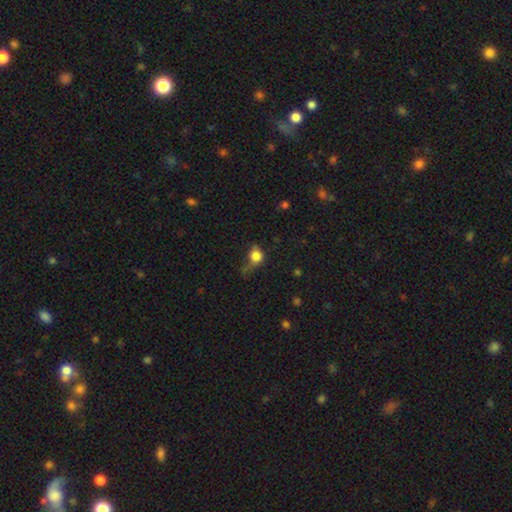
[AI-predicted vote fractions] This appears to be a smooth galaxy with no disk features (78%) that is round (68%). Merging: none (32%, tied with minor disturbance).